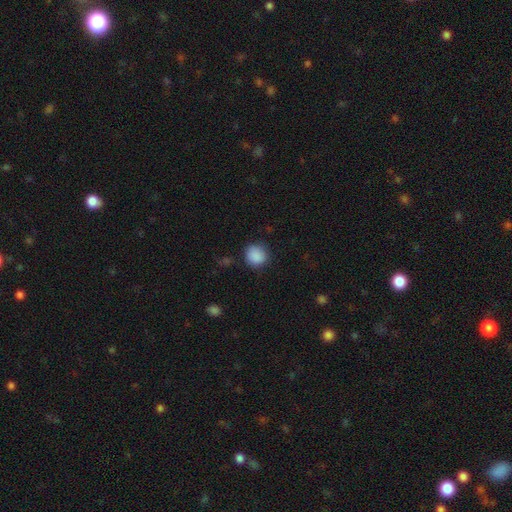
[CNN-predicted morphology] Q: Smooth or featured?
A: smooth (88%); runner-up: star or artifact (9%)
Q: How rounded?
A: round (87%); runner-up: in between (12%)
Q: Merging?
A: none (83%); runner-up: minor disturbance (12%)